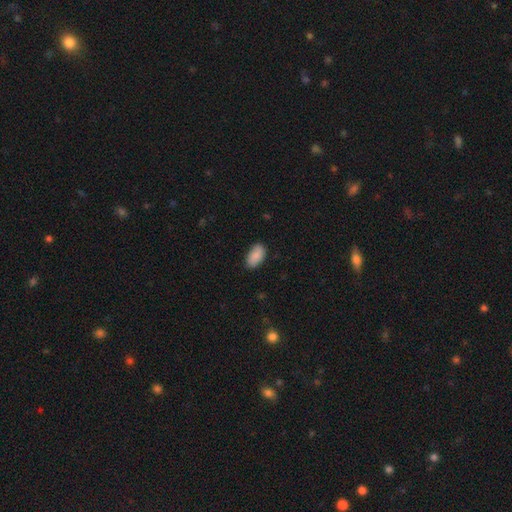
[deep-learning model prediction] Morphology: type=smooth (88%); roundness=in between (94%); merging=none (83%).